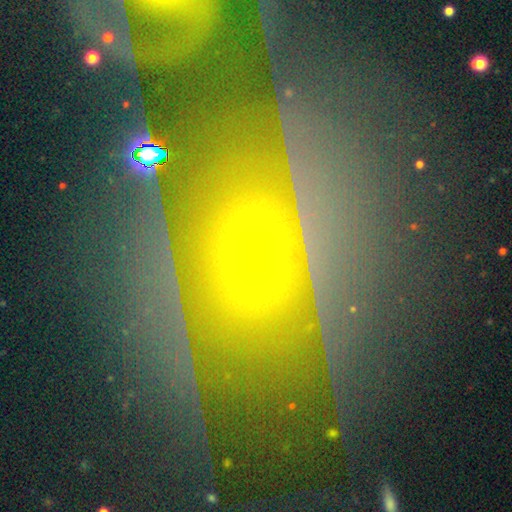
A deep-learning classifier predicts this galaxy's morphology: The model was most divided on "smooth or featured": star or artifact: 39%, smooth: 36%, featured or disk: 25%.